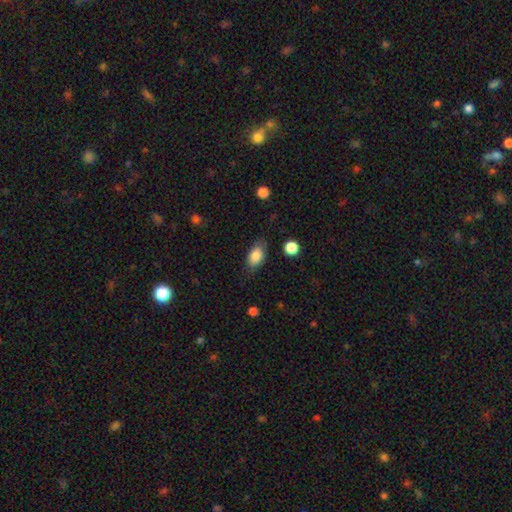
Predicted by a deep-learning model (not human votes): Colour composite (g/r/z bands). It shows a smooth galaxy with no disk features (85%) that is in between round and cigar-shaped (89%). Merging: none (75%).